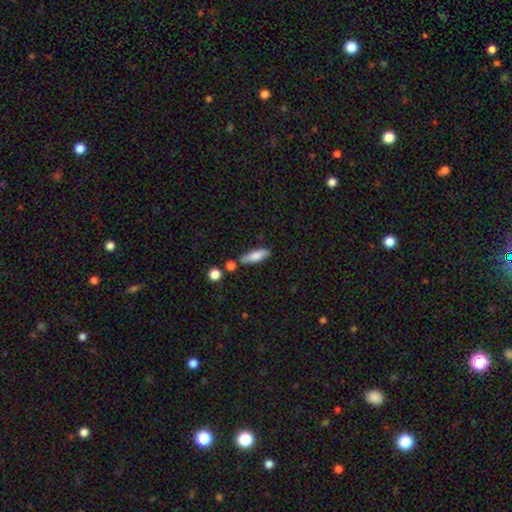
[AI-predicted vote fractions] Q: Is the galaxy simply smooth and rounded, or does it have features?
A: smooth — 80%.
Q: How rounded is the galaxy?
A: cigar-shaped — 50%.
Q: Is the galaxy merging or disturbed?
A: none — 69%.